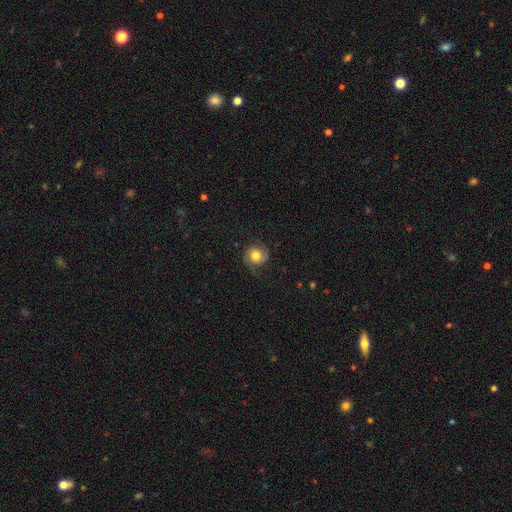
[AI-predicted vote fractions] Morphology: type=smooth (53%); roundness=round (84%); merging=none (69%).